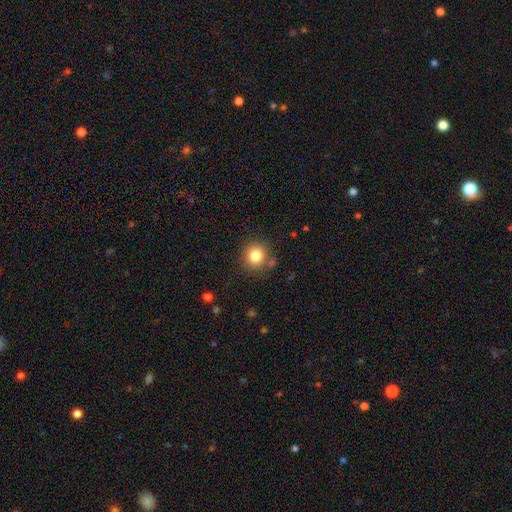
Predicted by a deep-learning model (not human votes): This is clearly a smooth galaxy (82%). How rounded: clearly round (90%). Merging: clearly none (82%).